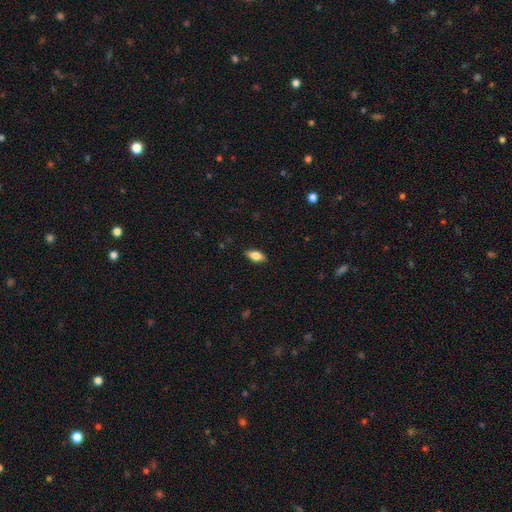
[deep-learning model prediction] Overall: smooth (71%). How rounded: in between (83%). Merging: none (88%).